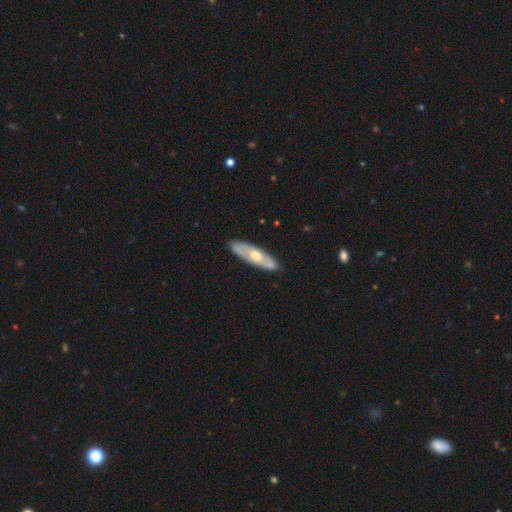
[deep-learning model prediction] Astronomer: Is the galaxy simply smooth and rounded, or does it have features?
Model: featured or disk — 58% (runner-up: smooth, 37%).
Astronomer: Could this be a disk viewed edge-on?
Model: no — 62% (runner-up: yes, 38%).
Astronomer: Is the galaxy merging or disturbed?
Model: none — 86%.